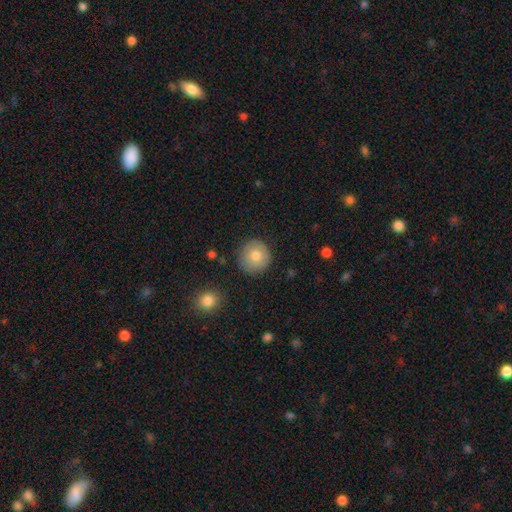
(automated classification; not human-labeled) Overall: smooth (77%). How rounded: round (95%). Merging: none (89%).